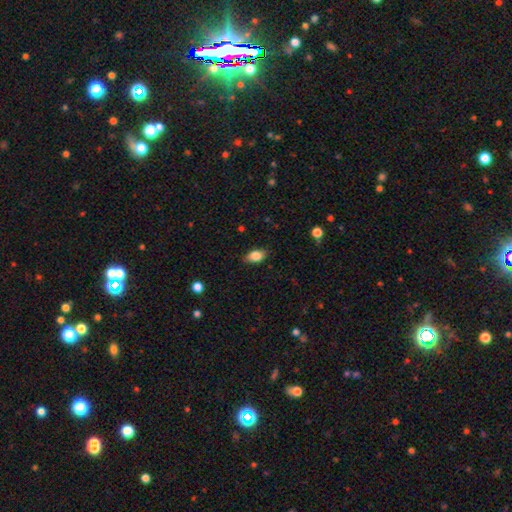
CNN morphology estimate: Smooth or featured?
  - smooth: 83% *
  - featured or disk: 9%
  - star or artifact: 8%
How rounded?
  - in between: 87% *
  - round: 9%
  - cigar-shaped: 4%
Merging?
  - none: 82% *
  - minor disturbance: 14%
  - major disturbance: 3%
  - merger: 1%